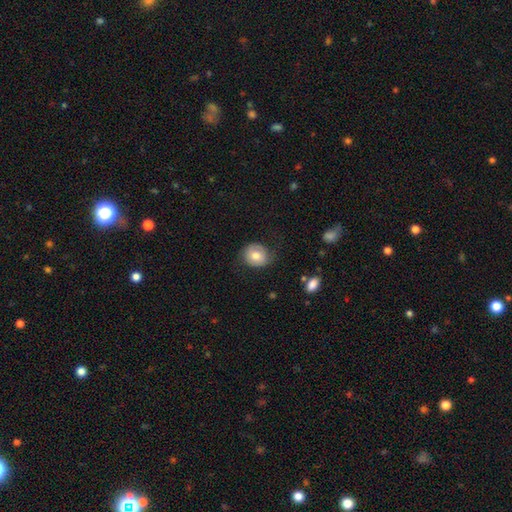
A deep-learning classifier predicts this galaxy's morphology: Overall: smooth (70%). How rounded: round (71%). Merging: none (68%).